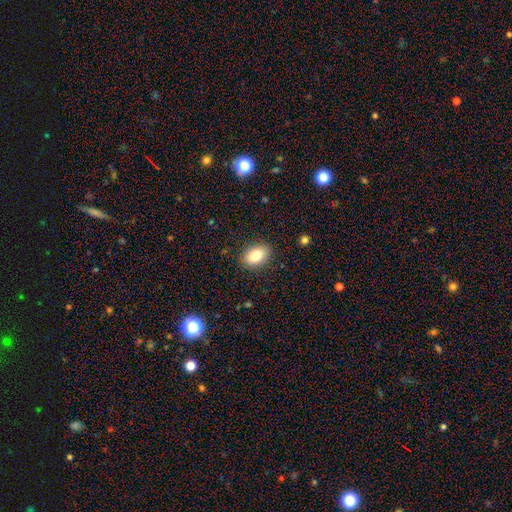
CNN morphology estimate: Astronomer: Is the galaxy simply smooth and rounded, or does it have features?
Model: smooth — 82%.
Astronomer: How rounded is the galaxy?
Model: in between — 84%.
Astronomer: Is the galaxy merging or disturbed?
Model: none — 87%.